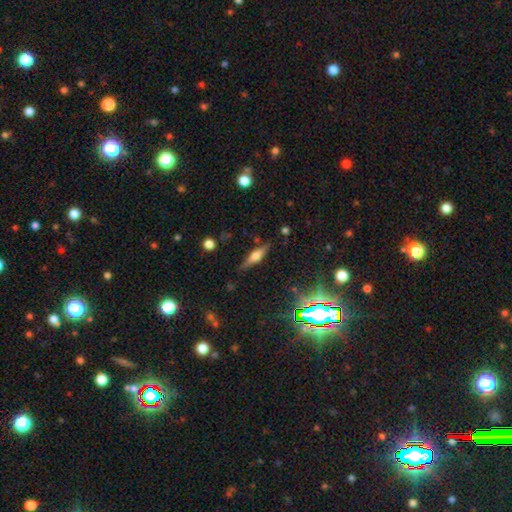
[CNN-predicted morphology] Overall: featured or disk (56%; smooth 34%). Edge-on disk: yes (94%). Edge-on bulge: rounded (78%). Merging: none (82%).